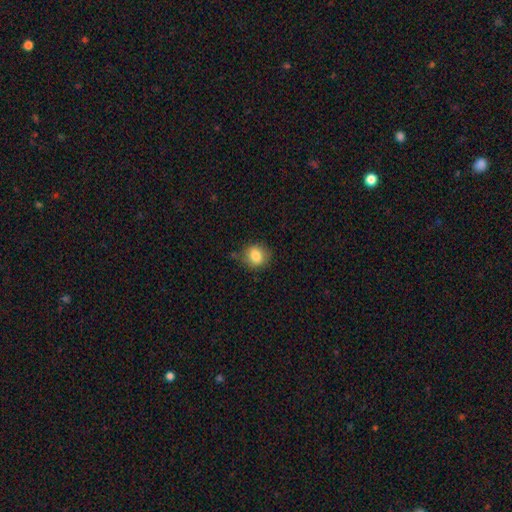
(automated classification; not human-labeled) The model was most divided on "how rounded": round: 71%, in between: 28%, cigar-shaped: 1%. More confident: smooth or featured — smooth (82%); merging — none (78%).